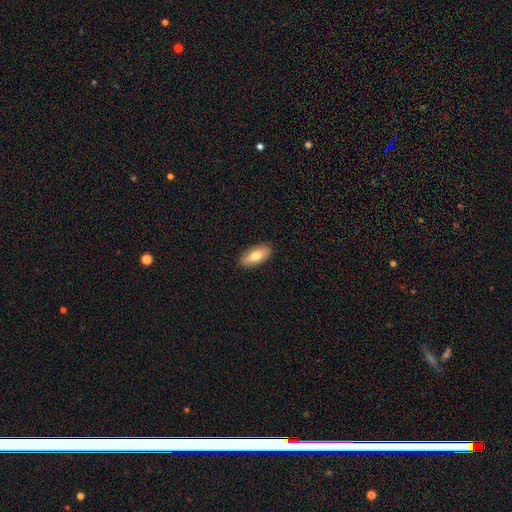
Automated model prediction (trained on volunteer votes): Smooth or featured: smooth — 73% (featured or disk — 21%)
How rounded: in between — 84% (cigar-shaped — 13%)
Merging: none — 88% (minor disturbance — 9%)